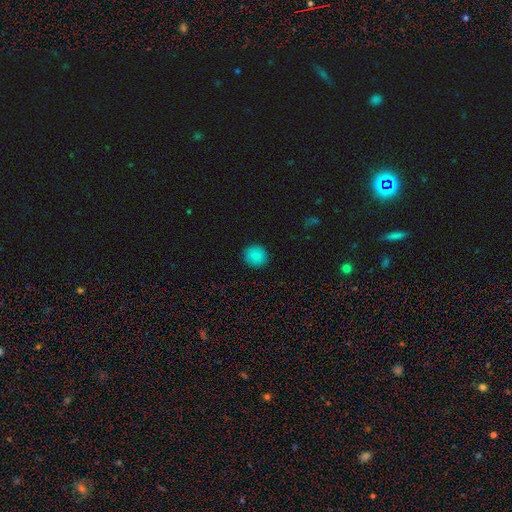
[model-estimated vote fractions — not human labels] Overall: smooth (87%). How rounded: round (90%). Merging: none (92%).